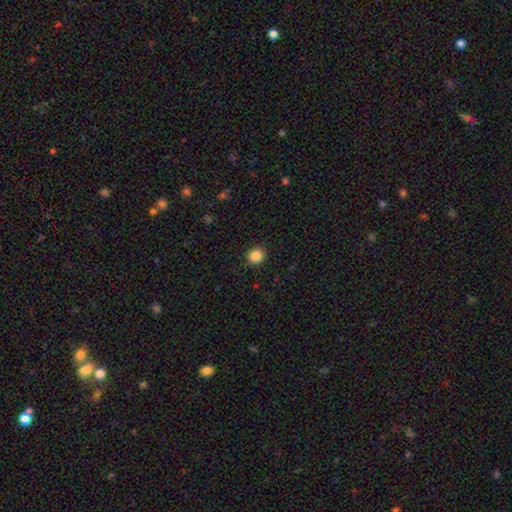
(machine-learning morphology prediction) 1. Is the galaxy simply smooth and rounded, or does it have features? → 86% smooth, 10% star or artifact, 4% featured or disk.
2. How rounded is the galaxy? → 87% round, 12% in between, 1% cigar-shaped.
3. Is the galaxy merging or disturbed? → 91% none, 6% minor disturbance, 2% major disturbance, 1% merger.